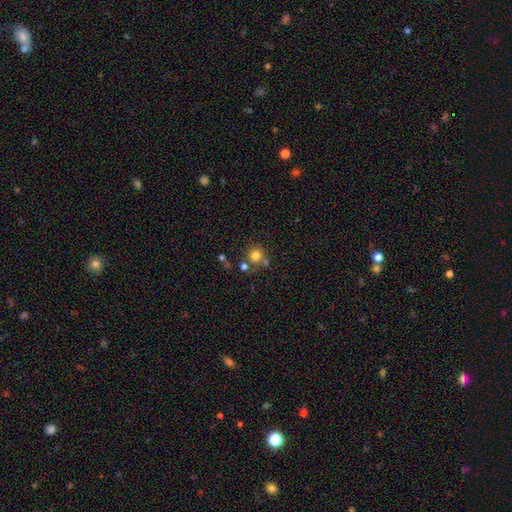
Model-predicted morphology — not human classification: type=smooth (78%); roundness=round (91%); merging=none (64%).